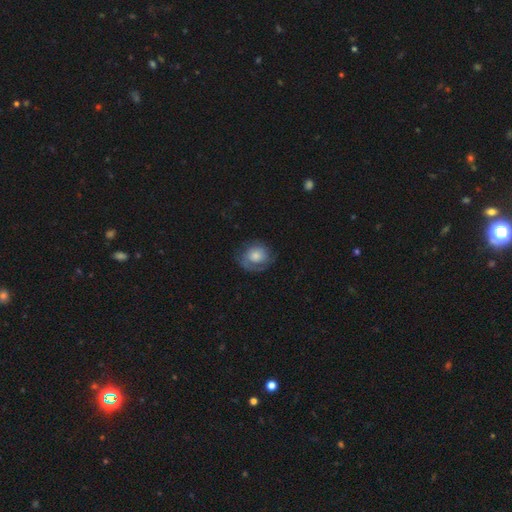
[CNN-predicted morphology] smooth-or-featured: smooth: 50% | featured or disk: 42% | star or artifact: 7%
  how-rounded: round: 74% | in between: 25% | cigar-shaped: 1%
  merging: none: 64% | minor disturbance: 21% | major disturbance: 14% | merger: 1%